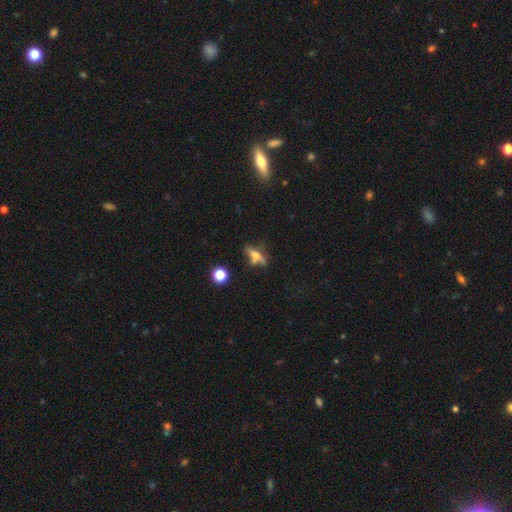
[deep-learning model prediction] Q: Smooth or featured?
A: featured or disk (48%); runner-up: smooth (38%)
Q: Merging?
A: none (61%); runner-up: minor disturbance (17%)